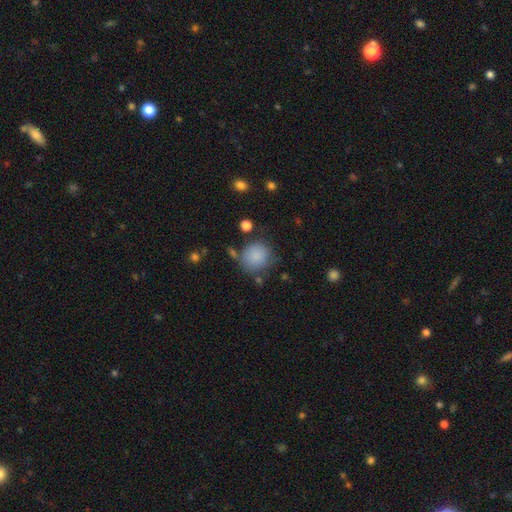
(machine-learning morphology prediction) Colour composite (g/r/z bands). It shows a smooth galaxy with no disk features (85%) that is round (84%). Merging: none (69%).